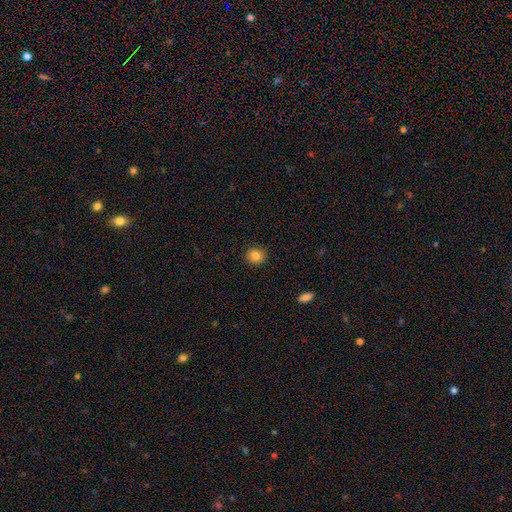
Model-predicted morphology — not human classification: Smooth or featured: smooth — 84% (star or artifact — 10%)
How rounded: round — 86% (in between — 13%)
Merging: none — 91% (minor disturbance — 6%)